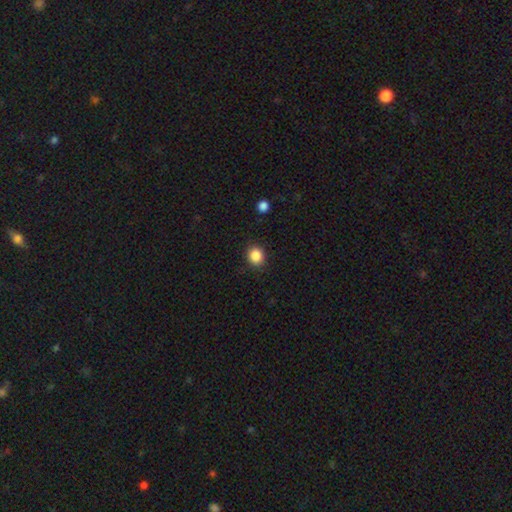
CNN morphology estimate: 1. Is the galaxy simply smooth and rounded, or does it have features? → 87% smooth, 10% star or artifact, 3% featured or disk.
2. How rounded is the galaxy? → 73% round, 27% in between, 1% cigar-shaped.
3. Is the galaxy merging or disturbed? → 87% none, 9% minor disturbance, 3% major disturbance, 1% merger.